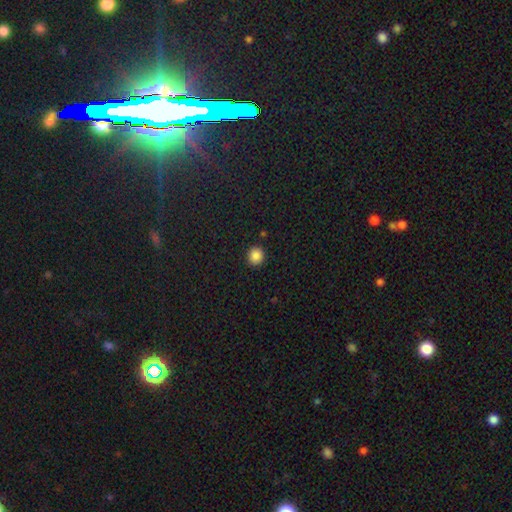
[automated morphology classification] Smooth or featured? Predicted: smooth (p=0.86). How rounded? Predicted: round (p=0.83). Merging? Predicted: none (p=0.90).